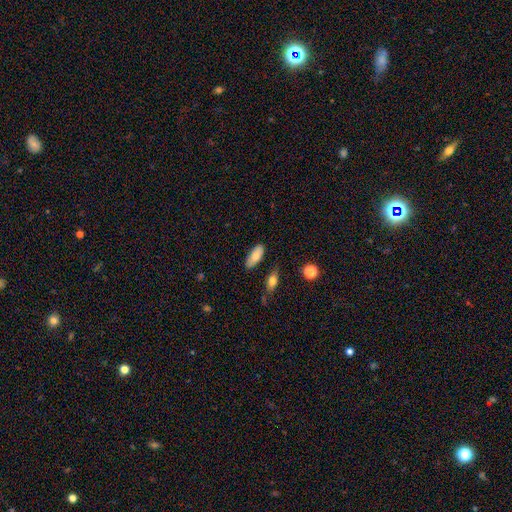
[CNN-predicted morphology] Overall: smooth (78%). How rounded: in between (83%). Merging: none (80%).